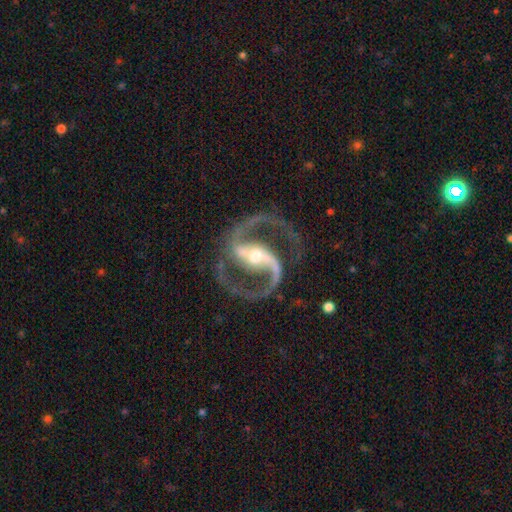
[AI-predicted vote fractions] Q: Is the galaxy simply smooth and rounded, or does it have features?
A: featured or disk — 94%.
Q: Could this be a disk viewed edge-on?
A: no — 98%.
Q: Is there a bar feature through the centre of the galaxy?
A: strong — 62%.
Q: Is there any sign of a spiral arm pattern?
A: yes — 98%.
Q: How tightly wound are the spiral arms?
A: medium — 71%.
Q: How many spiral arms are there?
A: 2 — 95%.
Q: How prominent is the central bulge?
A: moderate — 57%.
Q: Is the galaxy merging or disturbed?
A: none — 82%.